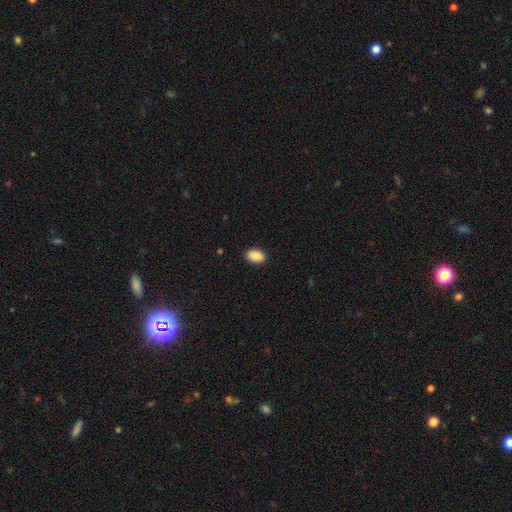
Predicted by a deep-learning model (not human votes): smooth-or-featured: smooth: 89% | star or artifact: 7% | featured or disk: 4%
  how-rounded: in between: 88% | round: 10% | cigar-shaped: 1%
  merging: none: 90% | minor disturbance: 8% | major disturbance: 2% | merger: 1%